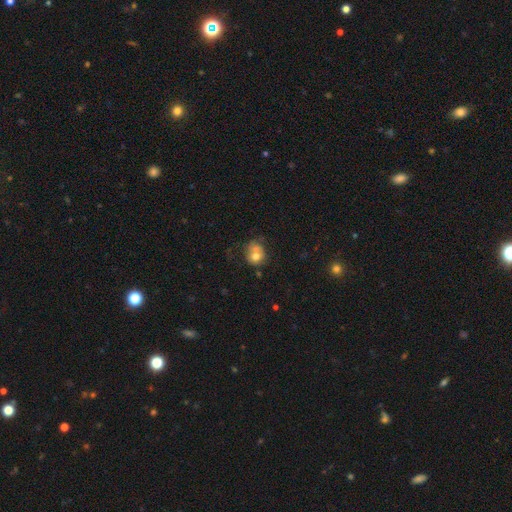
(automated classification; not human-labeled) smooth-or-featured: smooth: 67% | featured or disk: 22% | star or artifact: 11%
  how-rounded: round: 66% | in between: 33% | cigar-shaped: 1%
  merging: merger: 37% | none: 32% | minor disturbance: 18% | major disturbance: 12%